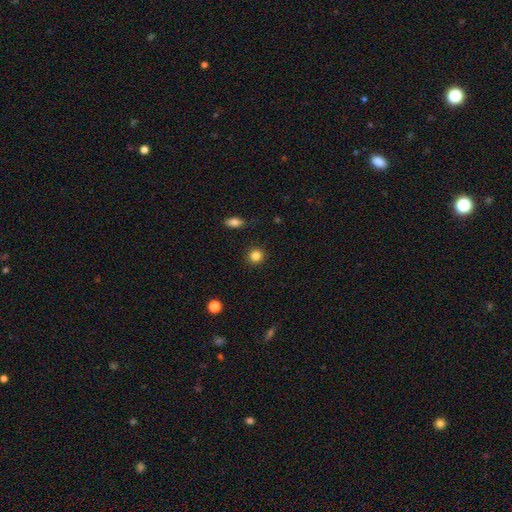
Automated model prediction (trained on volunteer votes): Smooth or featured: smooth — 85% (star or artifact — 11%)
How rounded: round — 91% (in between — 8%)
Merging: none — 90% (minor disturbance — 6%)